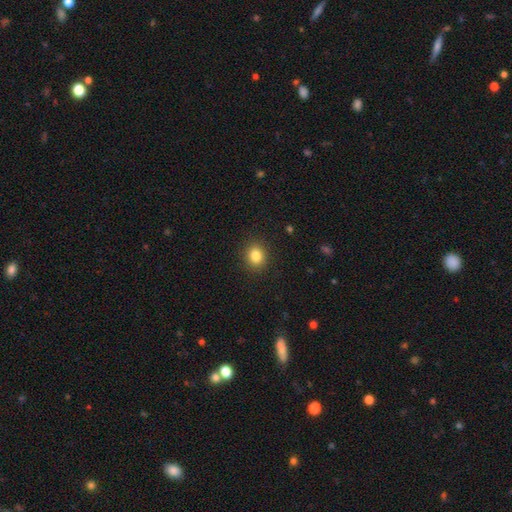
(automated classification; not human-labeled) A smooth galaxy with no disk features (84%) that is round (69%).

Vote fractions:
- Smooth or featured? smooth: 84% / star or artifact: 11% / featured or disk: 6%
- How rounded? round: 69% / in between: 30% / cigar-shaped: 1%
- Merging? none: 90% / minor disturbance: 7% / major disturbance: 2% / merger: 1%